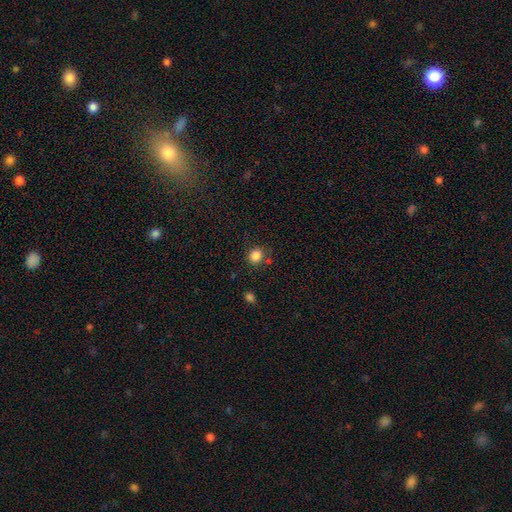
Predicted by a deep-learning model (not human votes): A smooth galaxy with no disk features (85%) that is round (76%). Merging: none (76%).